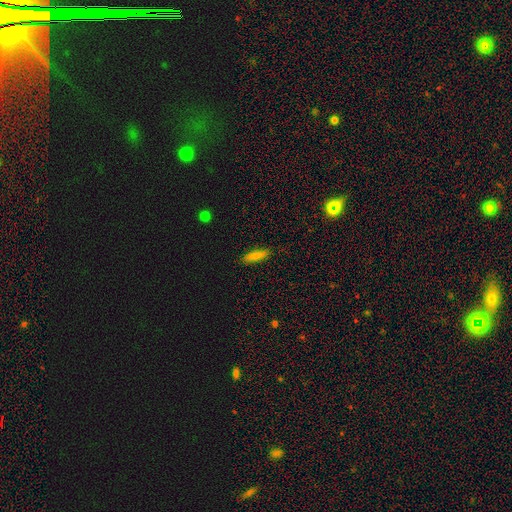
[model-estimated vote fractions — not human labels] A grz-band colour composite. It shows a smooth galaxy with no disk features (79%) that is cigar-shaped (64%). Merging: none (88%).